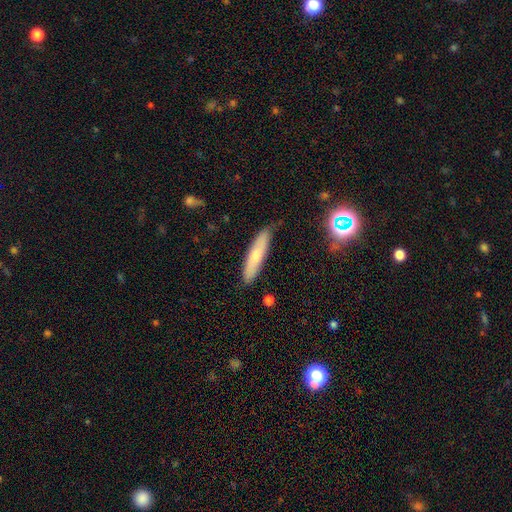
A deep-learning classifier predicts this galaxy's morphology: This is likely a smooth galaxy (65%). How rounded: clearly cigar-shaped (83%). Merging: likely none (78%).